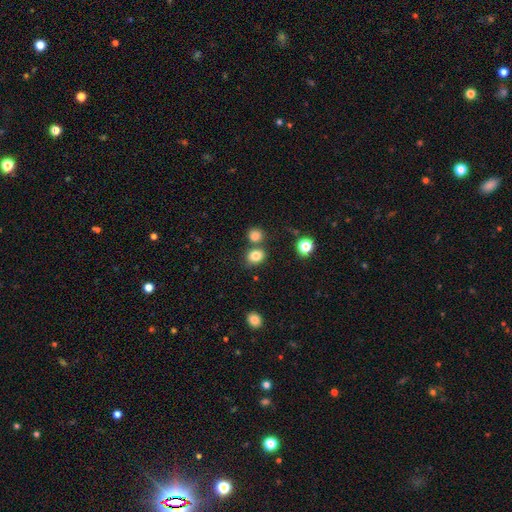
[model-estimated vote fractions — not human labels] This is clearly a smooth galaxy (82%). How rounded: possibly round (51%). Merging: likely none (65%).